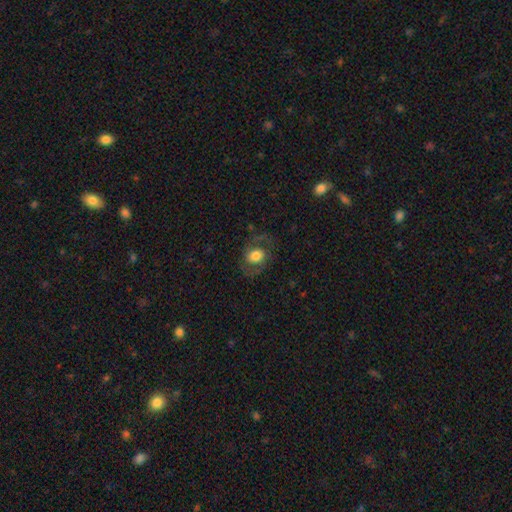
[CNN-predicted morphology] Smooth or featured? smooth (47%)
Merging? none (69%)